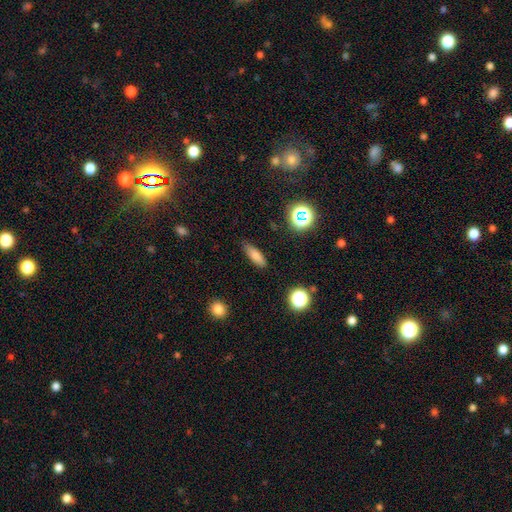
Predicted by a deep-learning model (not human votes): smooth 78%, star or artifact 11%, featured or disk 10%. Down the decision tree: how rounded — in between (50%); merging — none (84%).